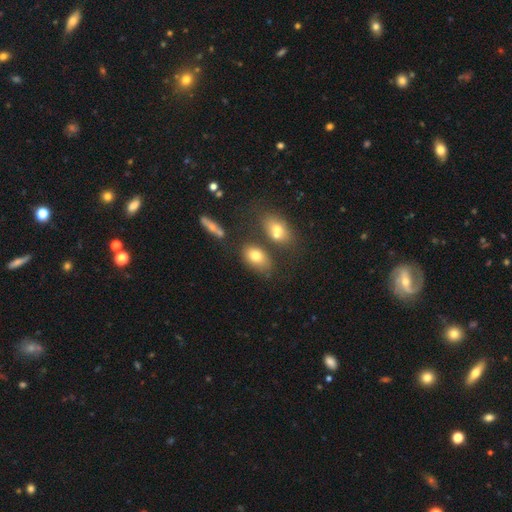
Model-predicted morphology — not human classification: Overall: smooth (75%). How rounded: in between (85%). Merging: none (59%).